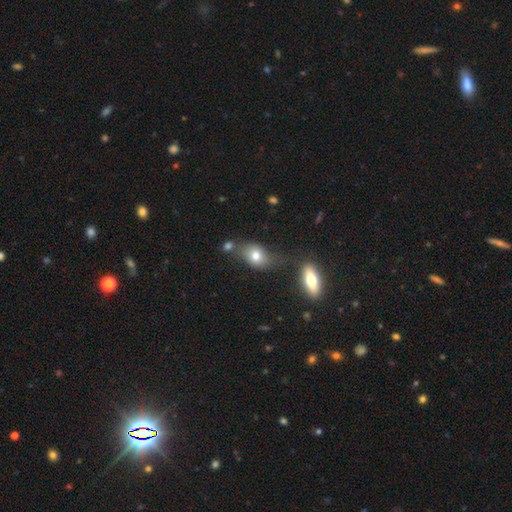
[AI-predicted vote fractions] Overall: smooth (76%). How rounded: in between (74%). Merging: none (53%; merger 20%).